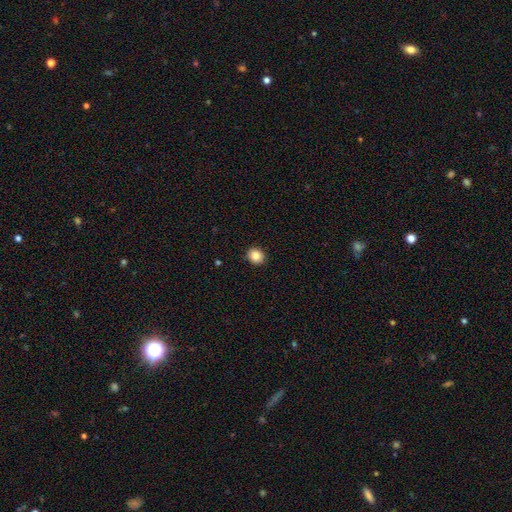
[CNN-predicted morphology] Q: Smooth or featured?
A: smooth (86%); runner-up: star or artifact (9%)
Q: How rounded?
A: round (79%); runner-up: in between (20%)
Q: Merging?
A: none (91%); runner-up: minor disturbance (6%)